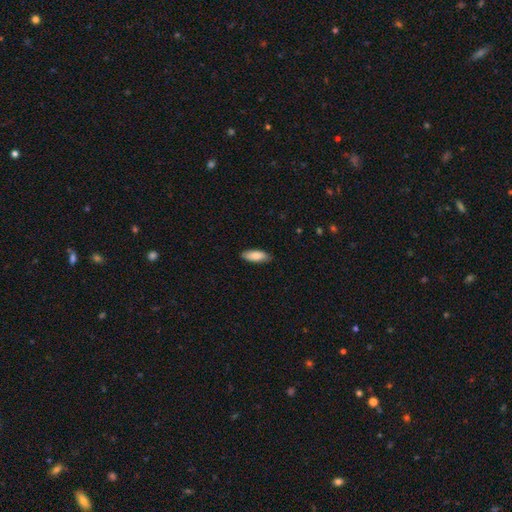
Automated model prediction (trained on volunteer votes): Morphology: type=smooth (86%); roundness=in between (72%); merging=none (86%).